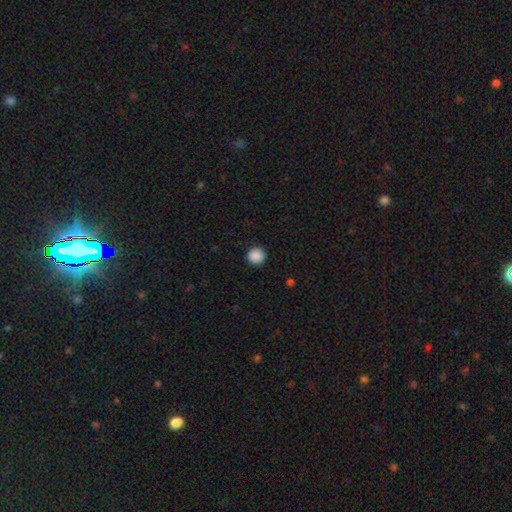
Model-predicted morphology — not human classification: Smooth or featured? smooth (89%)
How rounded? round (95%)
Merging? none (92%)